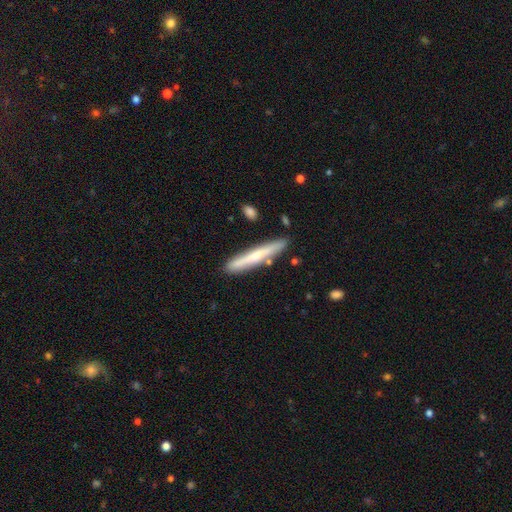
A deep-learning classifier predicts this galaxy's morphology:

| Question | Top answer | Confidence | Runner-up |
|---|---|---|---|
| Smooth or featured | smooth | 56% | featured or disk (39%) |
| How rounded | cigar-shaped | 95% | in between (4%) |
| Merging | none | 84% | minor disturbance (10%) |